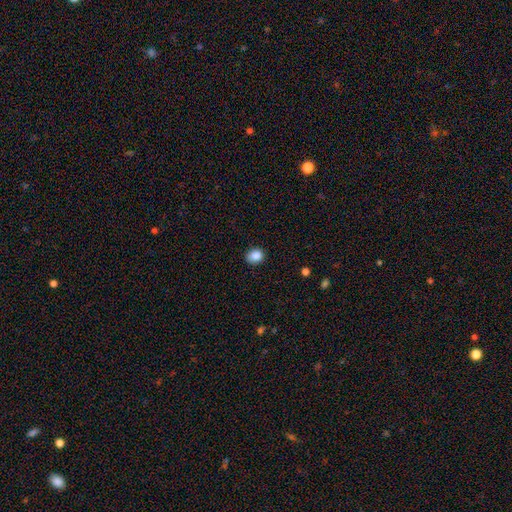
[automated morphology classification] The model was most divided on "how rounded": round: 63%, in between: 36%, cigar-shaped: 1%. More confident: merging — none (87%); smooth or featured — smooth (86%).